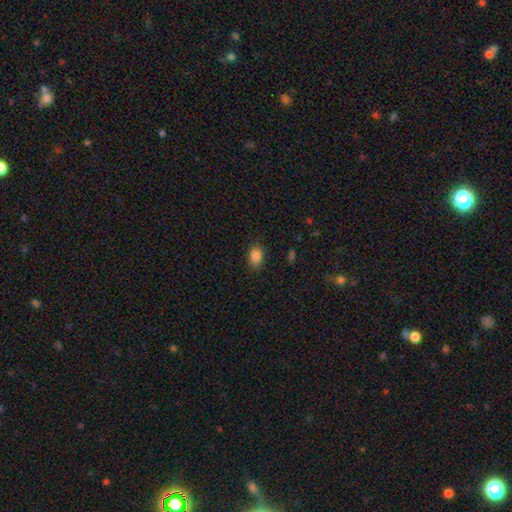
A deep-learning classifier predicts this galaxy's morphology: type=smooth (86%); roundness=in between (77%); merging=none (80%).